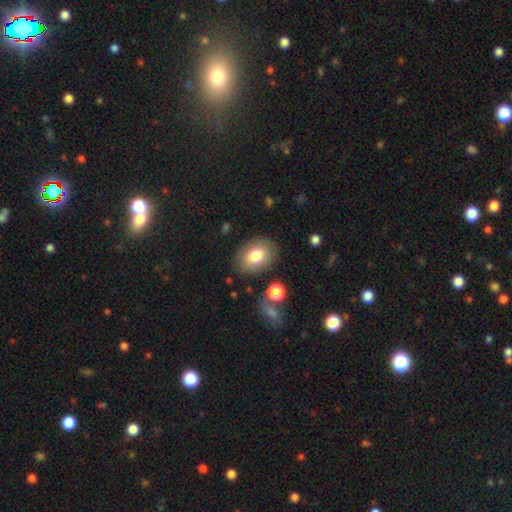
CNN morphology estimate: The model was most divided on "how rounded": in between: 73%, round: 26%, cigar-shaped: 1%. More confident: merging — none (82%); smooth or featured — smooth (77%).